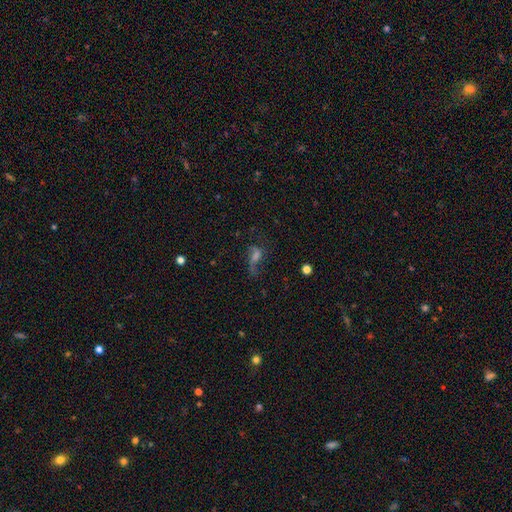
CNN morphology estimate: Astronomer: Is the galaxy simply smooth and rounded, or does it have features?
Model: featured or disk — 57%.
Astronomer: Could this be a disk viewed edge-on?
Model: no — 91%.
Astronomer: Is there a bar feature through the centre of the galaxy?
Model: no — 49% (runner-up: weak, 37%).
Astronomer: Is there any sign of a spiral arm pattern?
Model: yes — 81%.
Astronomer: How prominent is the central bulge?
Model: small — 31% (runner-up: moderate, 30%).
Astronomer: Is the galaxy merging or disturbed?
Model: none — 50% (runner-up: major disturbance, 28%).